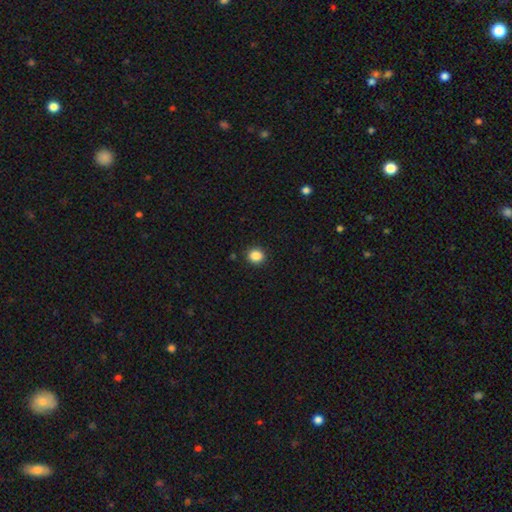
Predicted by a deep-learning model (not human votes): Smooth or featured: smooth — 87% (star or artifact — 10%)
How rounded: round — 84% (in between — 15%)
Merging: none — 91% (minor disturbance — 6%)